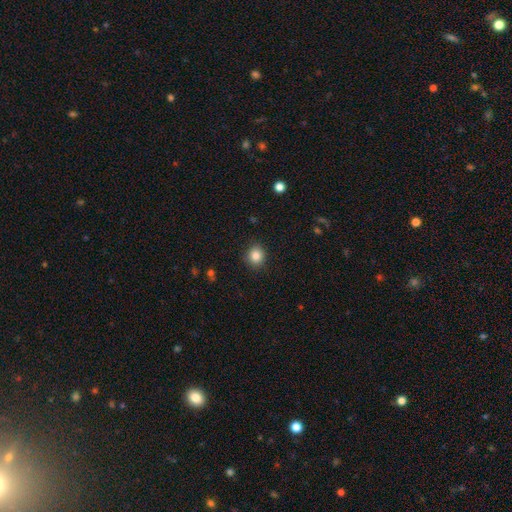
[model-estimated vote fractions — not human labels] A smooth galaxy with no disk features (85%) that is round (85%). Merging: none (89%).